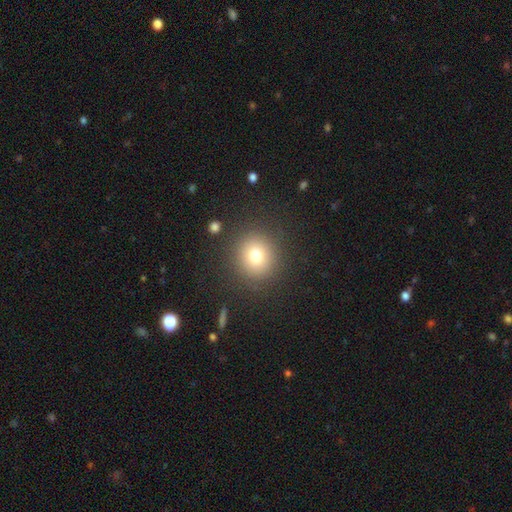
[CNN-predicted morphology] smooth 75%, star or artifact 15%, featured or disk 10%. Down the decision tree: how rounded — round (89%); merging — none (88%).